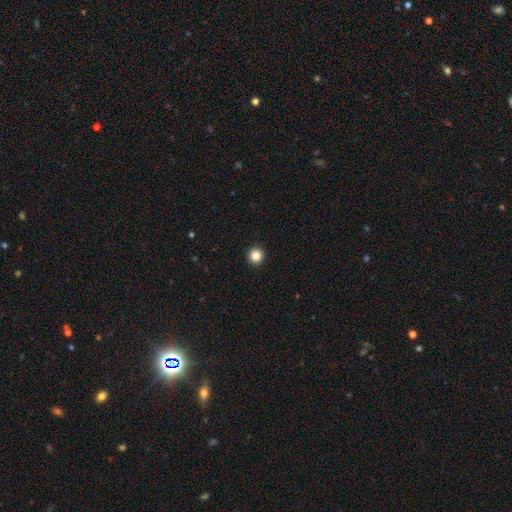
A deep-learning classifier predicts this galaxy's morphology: The model was most divided on "smooth or featured": smooth: 85%, star or artifact: 11%, featured or disk: 4%. More confident: how rounded — round (96%); merging — none (94%).